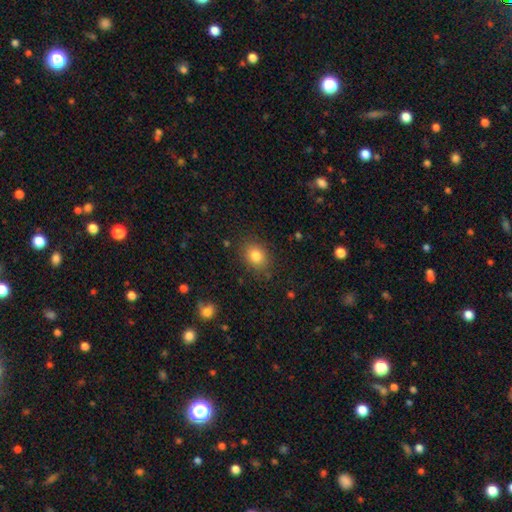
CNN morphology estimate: type=smooth (82%); roundness=in between (50%); merging=none (84%).